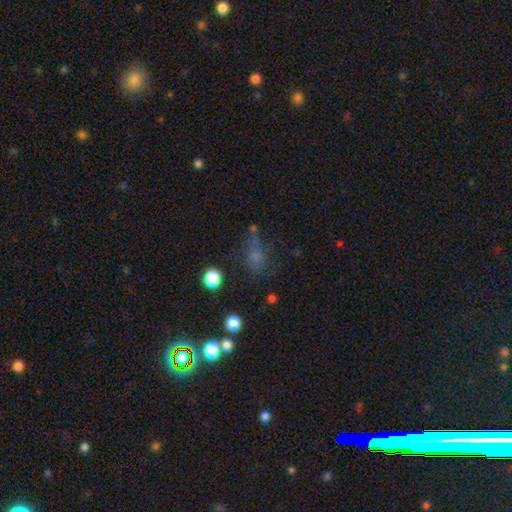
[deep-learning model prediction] A smooth galaxy with no disk features (55%) that is in between round and cigar-shaped (58%).

Vote fractions:
- Smooth or featured? smooth: 55% / star or artifact: 27% / featured or disk: 17%
- How rounded? in between: 58% / round: 35% / cigar-shaped: 7%
- Merging? none: 47% / minor disturbance: 23% / major disturbance: 22% / merger: 8%